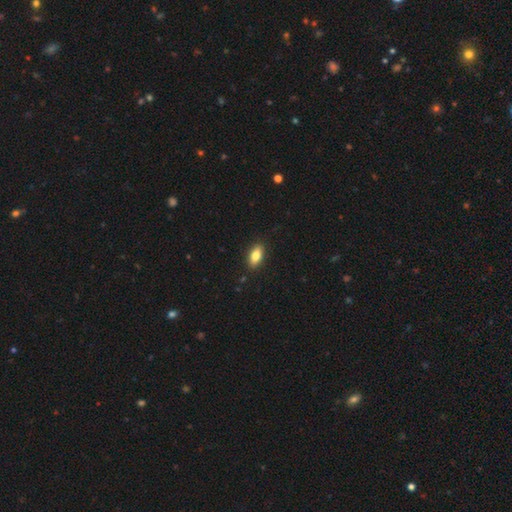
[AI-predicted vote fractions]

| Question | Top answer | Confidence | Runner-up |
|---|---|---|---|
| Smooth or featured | smooth | 80% | featured or disk (12%) |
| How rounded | in between | 86% | cigar-shaped (9%) |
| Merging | none | 89% | minor disturbance (8%) |